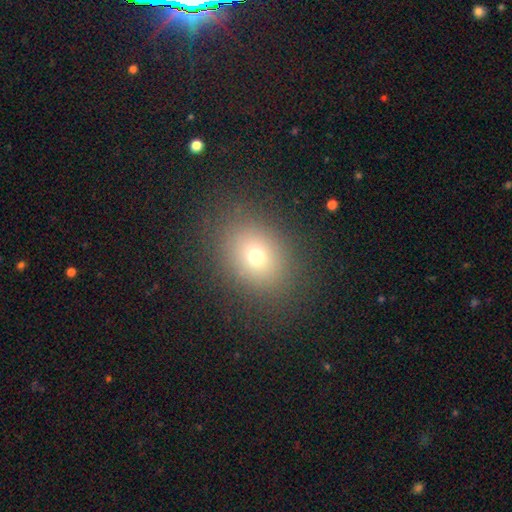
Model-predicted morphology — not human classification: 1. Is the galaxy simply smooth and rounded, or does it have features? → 70% smooth, 18% star or artifact, 13% featured or disk.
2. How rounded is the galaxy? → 55% in between, 44% round, 1% cigar-shaped.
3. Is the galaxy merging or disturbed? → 86% none, 8% minor disturbance, 4% major disturbance, 1% merger.